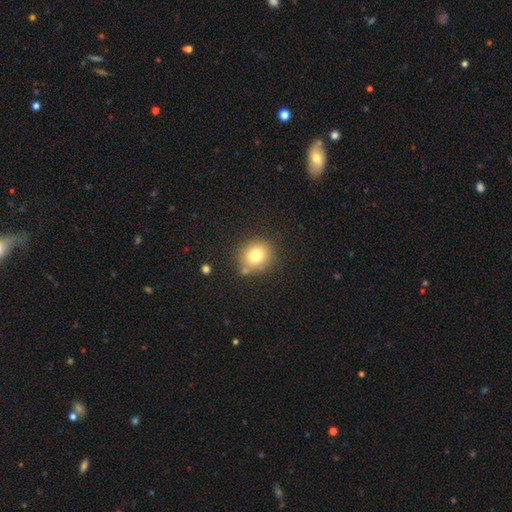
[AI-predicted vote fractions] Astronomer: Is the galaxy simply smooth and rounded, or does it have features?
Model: smooth — 78%.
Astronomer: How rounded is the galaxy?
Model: round — 79%.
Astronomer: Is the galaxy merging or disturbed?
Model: none — 79%.